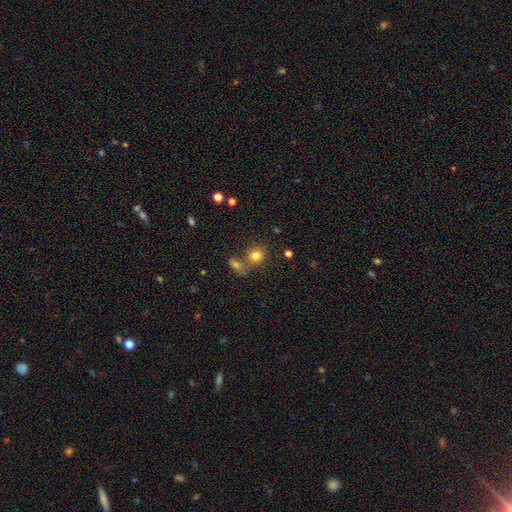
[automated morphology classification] A smooth galaxy with no disk features (79%) that is round (75%). Merging: none (53%).